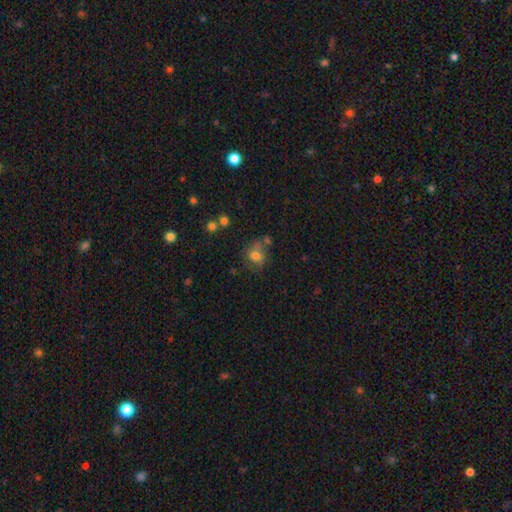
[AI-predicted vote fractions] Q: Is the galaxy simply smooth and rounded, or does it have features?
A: smooth — 66%.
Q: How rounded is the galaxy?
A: round — 56%.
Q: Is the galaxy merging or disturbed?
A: none — 51%.